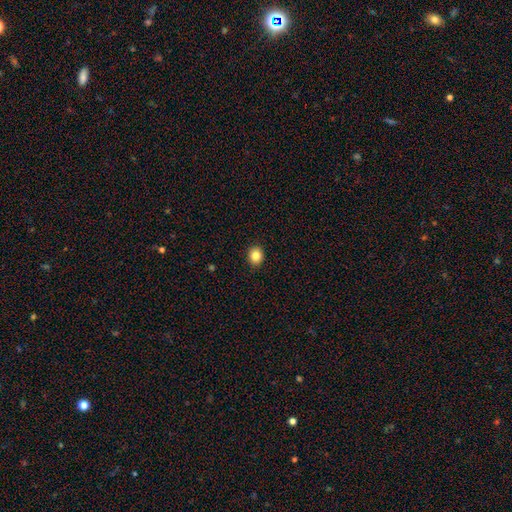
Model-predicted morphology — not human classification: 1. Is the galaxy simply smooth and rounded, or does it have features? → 83% smooth, 11% star or artifact, 6% featured or disk.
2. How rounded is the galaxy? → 71% round, 28% in between, 1% cigar-shaped.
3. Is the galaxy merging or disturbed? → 92% none, 6% minor disturbance, 2% major disturbance, 1% merger.